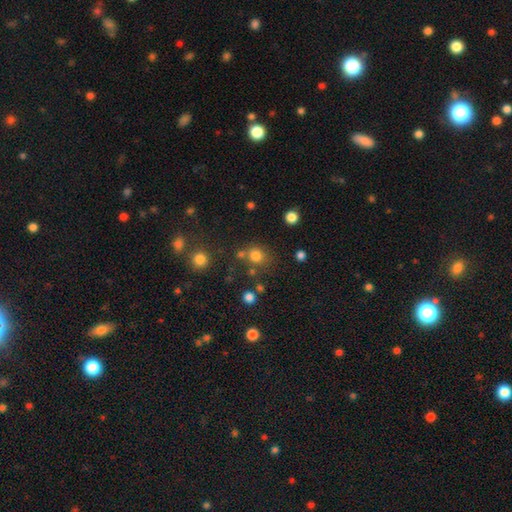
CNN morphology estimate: smooth-or-featured: smooth: 78% | star or artifact: 16% | featured or disk: 7%
  how-rounded: round: 82% | in between: 17% | cigar-shaped: 1%
  merging: none: 69% | merger: 15% | minor disturbance: 11% | major disturbance: 5%